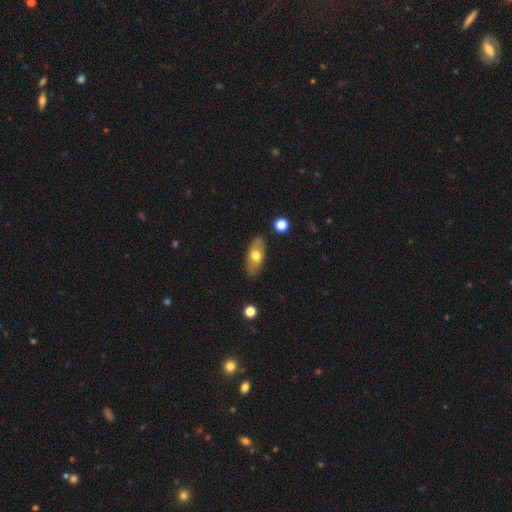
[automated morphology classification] This appears to be a smooth galaxy with no disk features (63%) that is in between round and cigar-shaped (84%). Merging: none (85%).